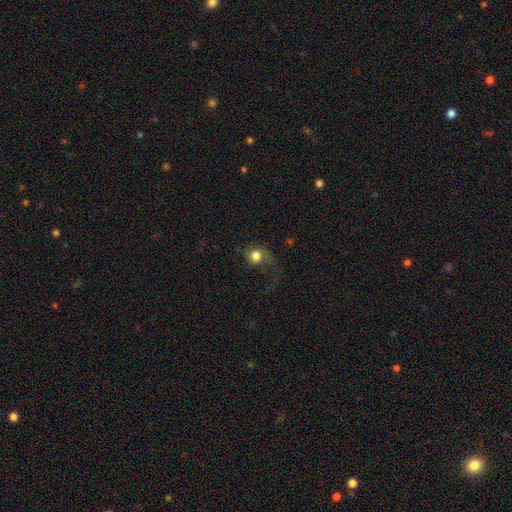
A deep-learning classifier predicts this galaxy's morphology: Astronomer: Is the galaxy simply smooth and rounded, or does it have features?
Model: smooth — 74%.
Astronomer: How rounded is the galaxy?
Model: round — 78%.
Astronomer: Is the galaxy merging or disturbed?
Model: major disturbance — 39% (runner-up: none, 37%).